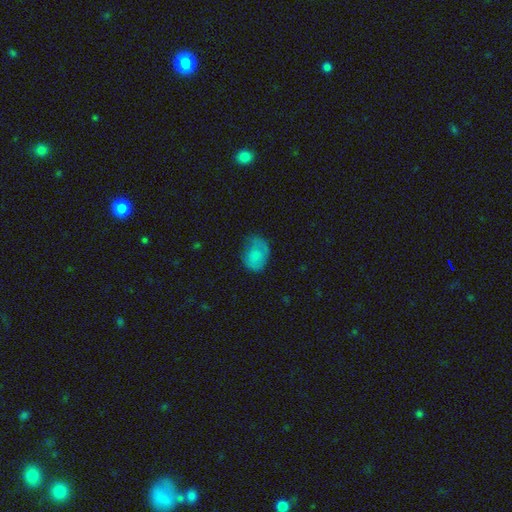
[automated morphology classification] Overall: smooth (76%). How rounded: in between (68%; round 31%). Merging: none (40%; minor disturbance 36%).